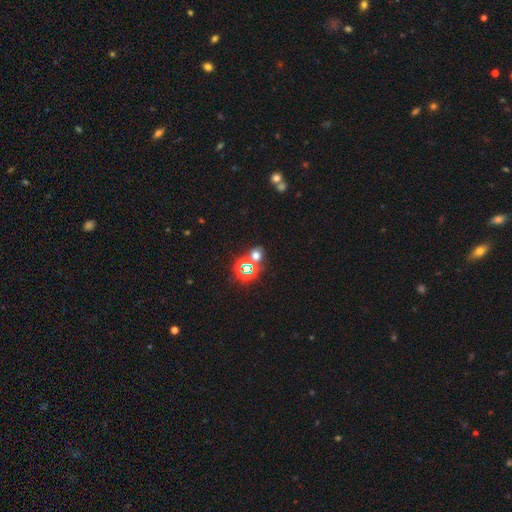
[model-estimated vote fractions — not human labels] This appears to be a smooth galaxy with no disk features (47%). Merging: none (66%).